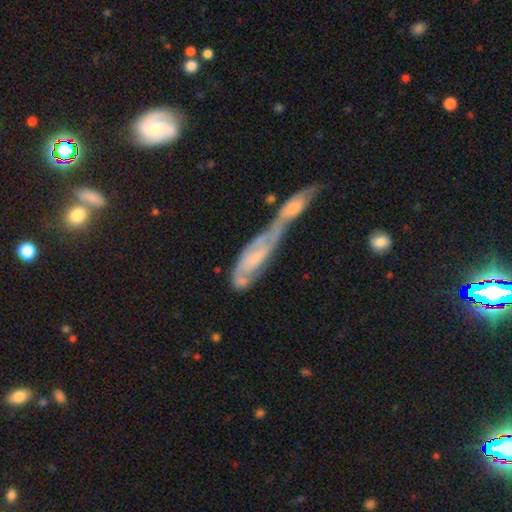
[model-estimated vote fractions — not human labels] Morphology: type=featured or disk (63%); edge-on=no (73%); merging=merger (64%).